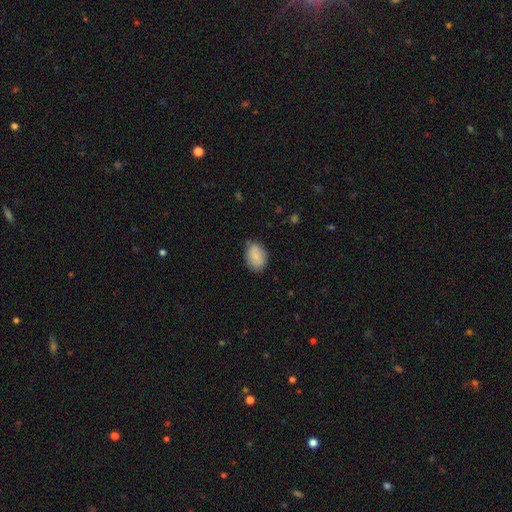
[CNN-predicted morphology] The model was most divided on "merging": none: 77%, minor disturbance: 17%, major disturbance: 3%, merger: 2%. More confident: smooth or featured — smooth (86%); how rounded — in between (80%).